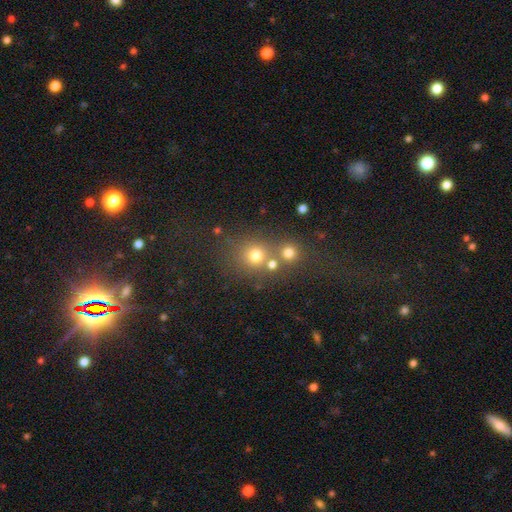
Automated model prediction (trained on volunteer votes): This is likely a smooth galaxy (71%). How rounded: clearly round (85%). Merging: likely none (62%).